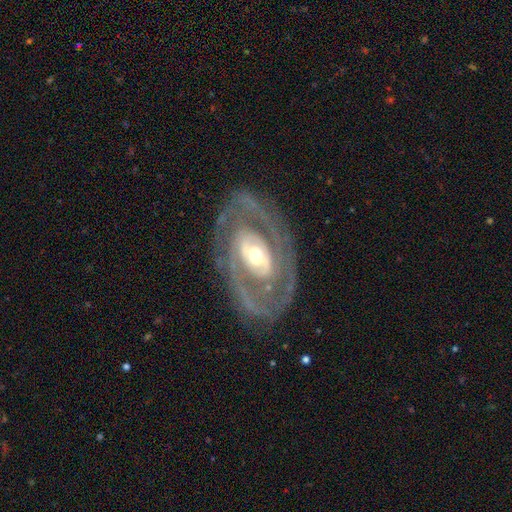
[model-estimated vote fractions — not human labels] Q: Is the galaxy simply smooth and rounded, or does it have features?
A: featured or disk — 85%.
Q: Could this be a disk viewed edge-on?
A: no — 94%.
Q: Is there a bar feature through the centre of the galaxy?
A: no — 46%.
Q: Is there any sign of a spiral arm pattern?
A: yes — 76%.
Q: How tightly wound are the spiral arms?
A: tight — 55%.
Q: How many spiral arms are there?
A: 2 — 60%.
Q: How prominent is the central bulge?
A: moderate — 66%.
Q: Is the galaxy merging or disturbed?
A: none — 77%.